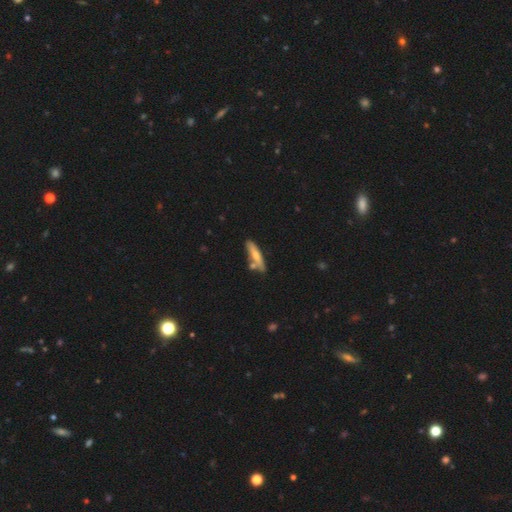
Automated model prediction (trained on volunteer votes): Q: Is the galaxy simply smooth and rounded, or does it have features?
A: smooth — 63%.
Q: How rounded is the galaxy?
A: cigar-shaped — 81%.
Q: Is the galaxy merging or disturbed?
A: none — 68%.